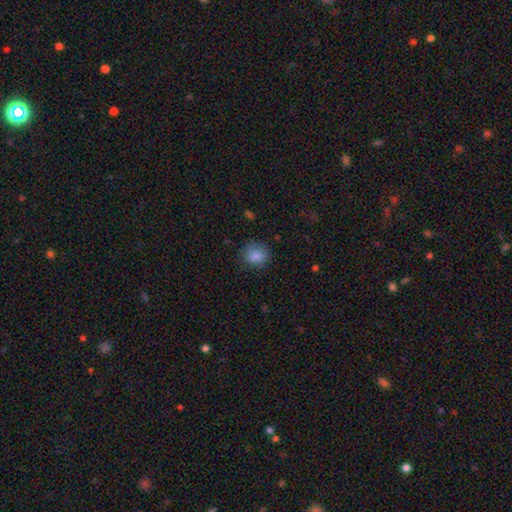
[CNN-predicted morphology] This is clearly a smooth galaxy (85%). How rounded: likely round (76%). Merging: likely none (78%).